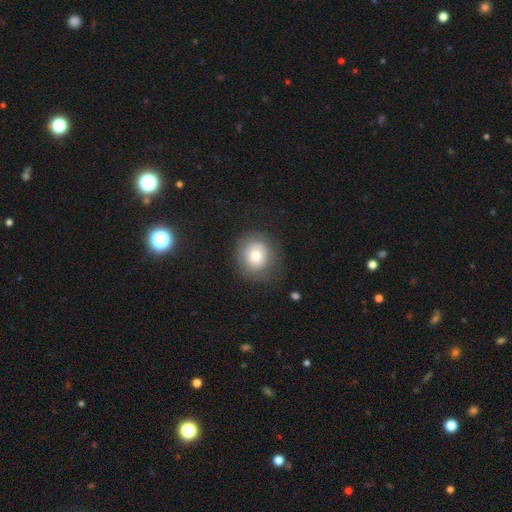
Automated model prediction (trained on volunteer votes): This is likely a smooth galaxy (69%). How rounded: clearly round (84%). Merging: likely none (74%).